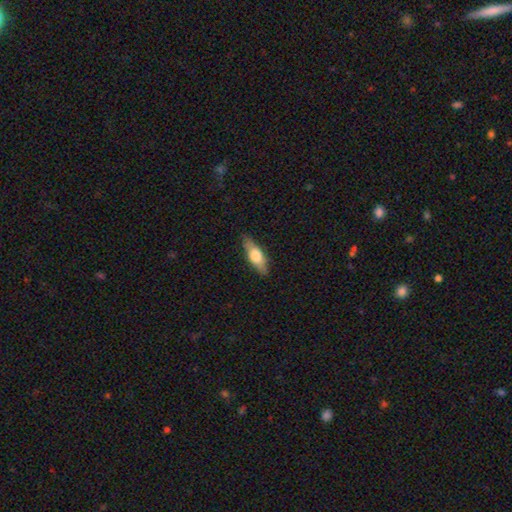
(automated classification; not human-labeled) A smooth galaxy with no disk features (58%) that is in between round and cigar-shaped (52%).

Vote fractions:
- Smooth or featured? smooth: 58% / featured or disk: 36% / star or artifact: 6%
- How rounded? in between: 52% / cigar-shaped: 45% / round: 3%
- Merging? none: 86% / minor disturbance: 11% / major disturbance: 2% / merger: 1%